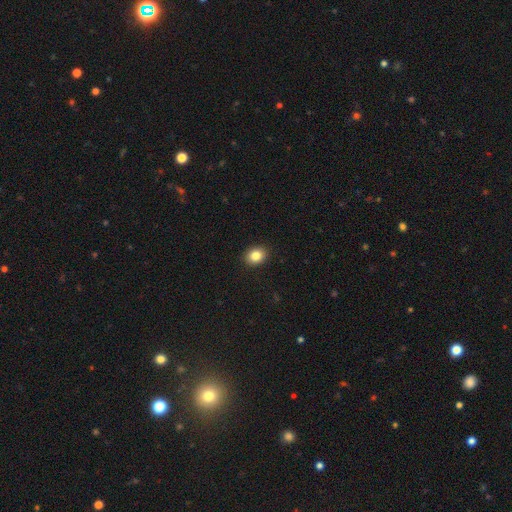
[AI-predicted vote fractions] A smooth galaxy with no disk features (85%) that is in between round and cigar-shaped (52%).

Vote fractions:
- Smooth or featured? smooth: 85% / star or artifact: 10% / featured or disk: 6%
- How rounded? in between: 52% / round: 47% / cigar-shaped: 1%
- Merging? none: 90% / minor disturbance: 7% / major disturbance: 2% / merger: 1%